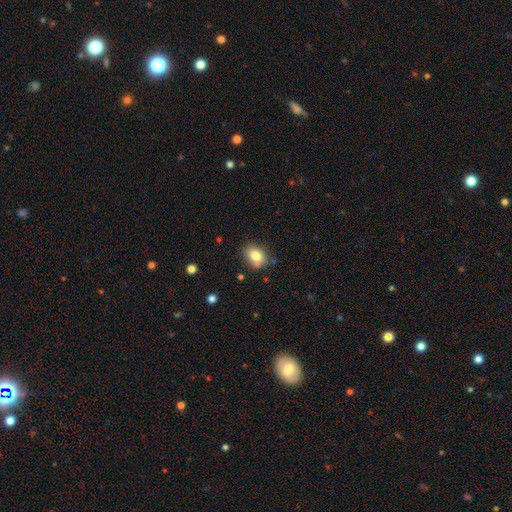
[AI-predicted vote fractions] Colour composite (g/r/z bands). It shows a smooth galaxy with no disk features (81%) that is in between round and cigar-shaped (64%). Merging: none (78%).